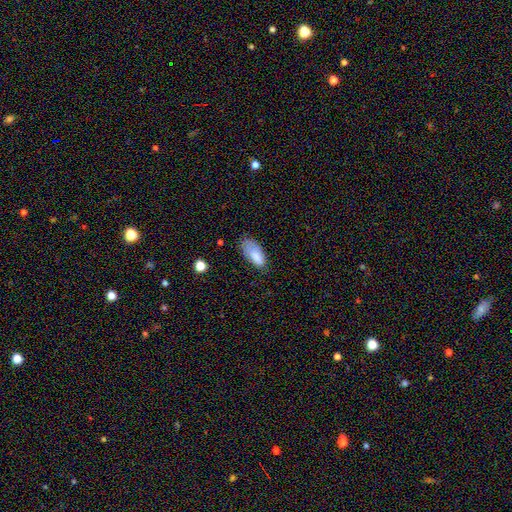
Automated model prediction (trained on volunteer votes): smooth 82%, featured or disk 11%, star or artifact 7%. Down the decision tree: how rounded — in between (90%); merging — none (50%).